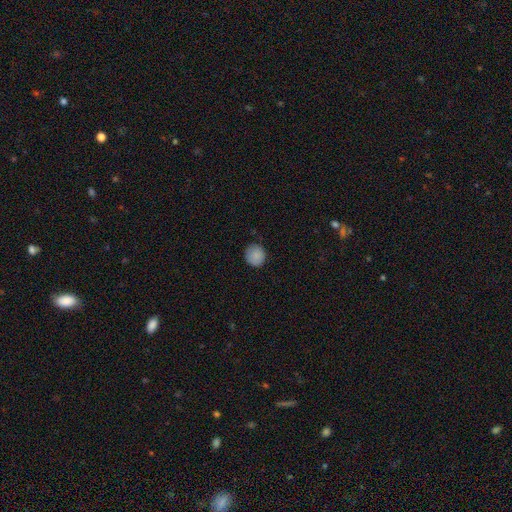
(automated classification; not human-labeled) Smooth or featured?
  - smooth: 86% *
  - star or artifact: 9%
  - featured or disk: 6%
How rounded?
  - round: 91% *
  - in between: 8%
  - cigar-shaped: 1%
Merging?
  - none: 86% *
  - minor disturbance: 11%
  - major disturbance: 2%
  - merger: 1%